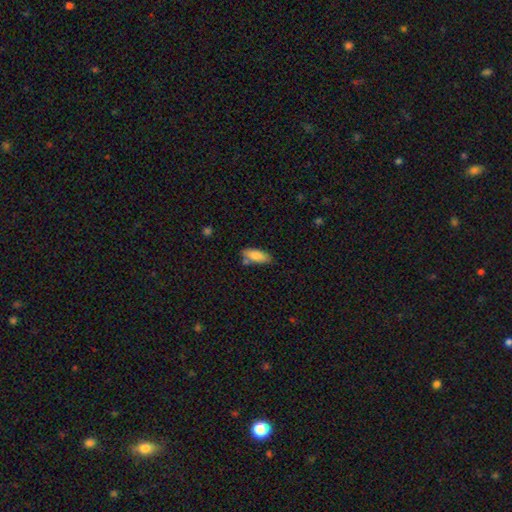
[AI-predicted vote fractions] A smooth galaxy with no disk features (82%) that is in between round and cigar-shaped (76%). Merging: none (66%).